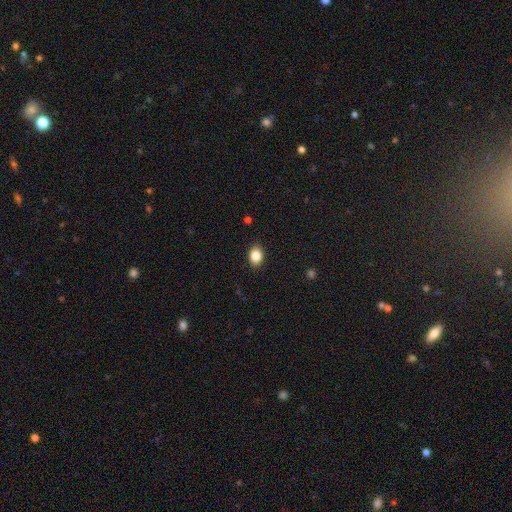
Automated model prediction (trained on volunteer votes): This is clearly a smooth galaxy (87%). How rounded: likely in between (67%). Merging: clearly none (87%).